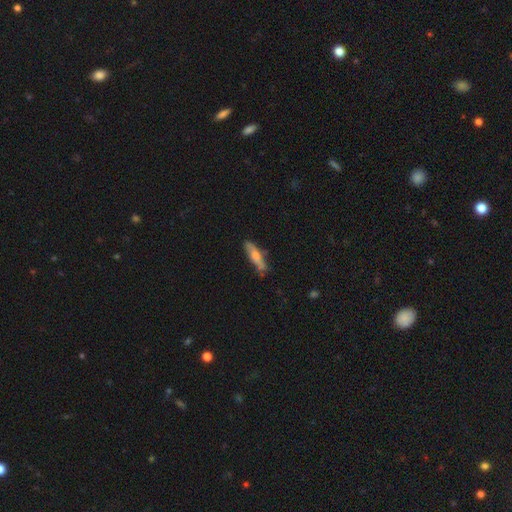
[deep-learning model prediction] This is possibly a smooth galaxy (54%). How rounded: likely cigar-shaped (74%). Merging: likely none (74%).